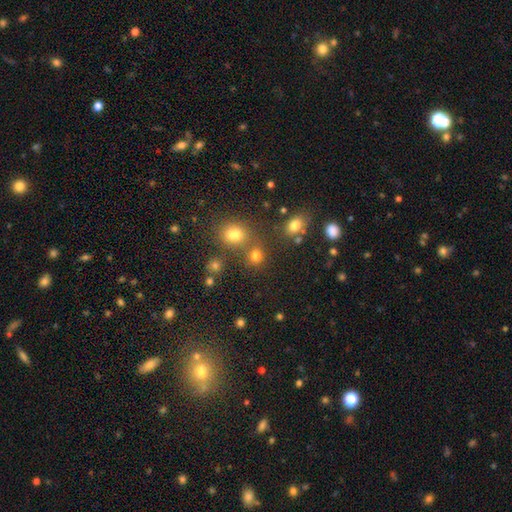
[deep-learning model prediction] smooth 75%, star or artifact 17%, featured or disk 7%. Down the decision tree: how rounded — round (78%); merging — none (64%).